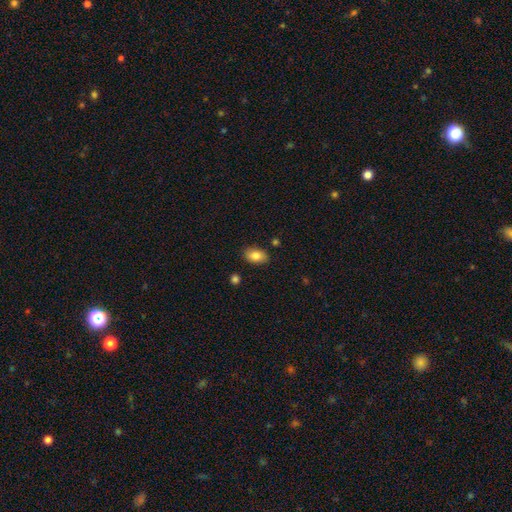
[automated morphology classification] This appears to be a smooth galaxy with no disk features (83%) that is in between round and cigar-shaped (89%). Merging: none (84%).